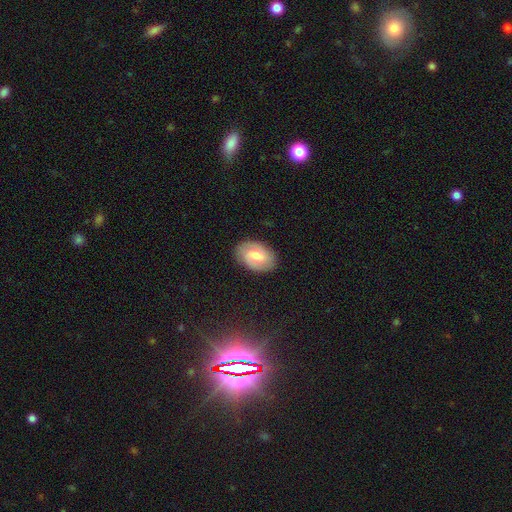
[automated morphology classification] smooth_or_featured: featured or disk (p=0.48) [alt: smooth p=0.45]
merging: none (p=0.85) [alt: minor disturbance p=0.11]